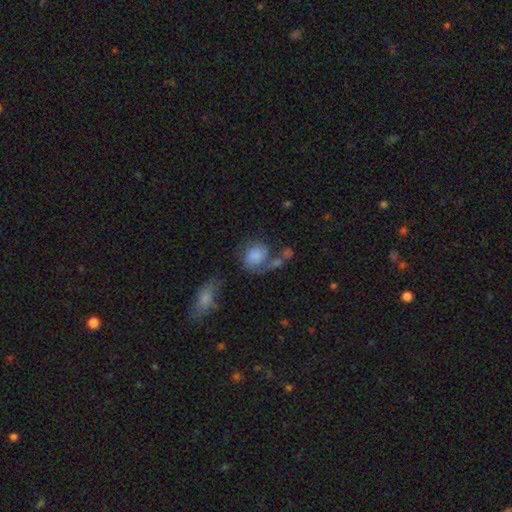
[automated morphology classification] smooth-or-featured: smooth: 59% | featured or disk: 32% | star or artifact: 9%
  how-rounded: round: 58% | in between: 41% | cigar-shaped: 1%
  merging: none: 32% | major disturbance: 28% | merger: 20% | minor disturbance: 19%